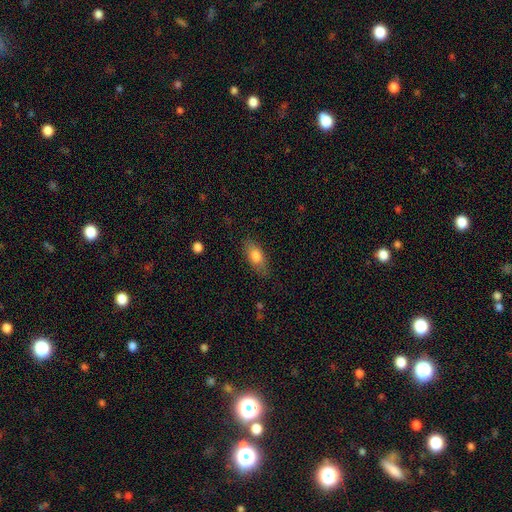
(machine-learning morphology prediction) This is likely a smooth galaxy (77%). How rounded: clearly in between (83%). Merging: clearly none (80%).